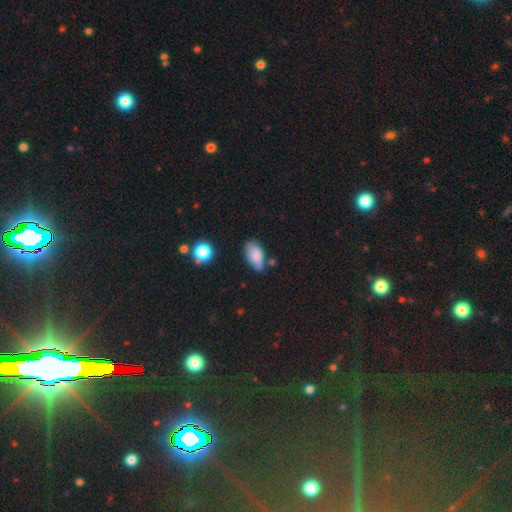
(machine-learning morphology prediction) This is likely a smooth galaxy (76%). How rounded: clearly in between (92%). Merging: possibly none (48%).